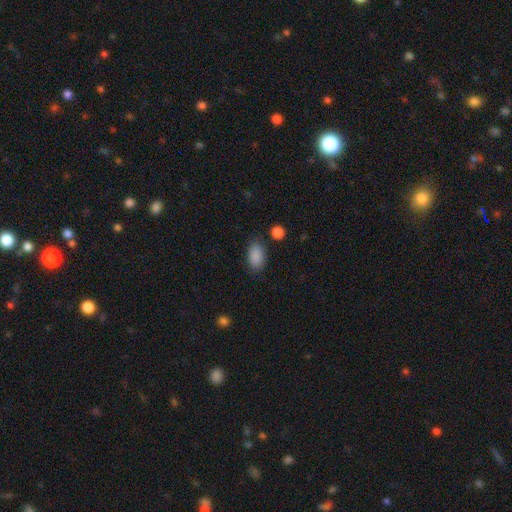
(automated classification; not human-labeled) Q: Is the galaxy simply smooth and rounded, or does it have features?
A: smooth — 88%.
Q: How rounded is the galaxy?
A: in between — 91%.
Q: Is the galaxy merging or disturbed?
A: none — 82%.